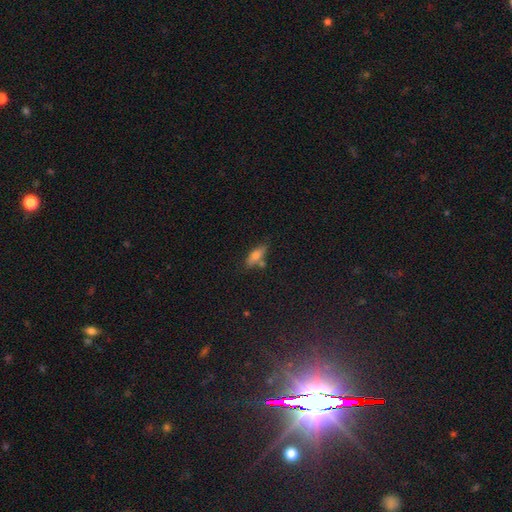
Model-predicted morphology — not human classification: smooth 69%, featured or disk 22%, star or artifact 10%. Down the decision tree: how rounded — in between (62%); merging — none (65%).